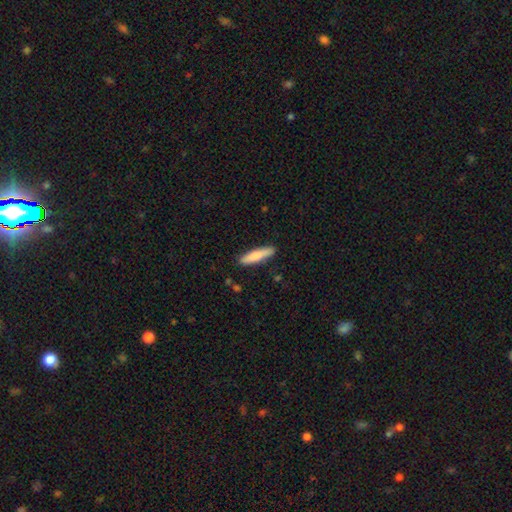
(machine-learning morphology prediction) Q: Smooth or featured?
A: smooth (78%); runner-up: featured or disk (17%)
Q: How rounded?
A: cigar-shaped (81%); runner-up: in between (17%)
Q: Merging?
A: none (87%); runner-up: minor disturbance (10%)